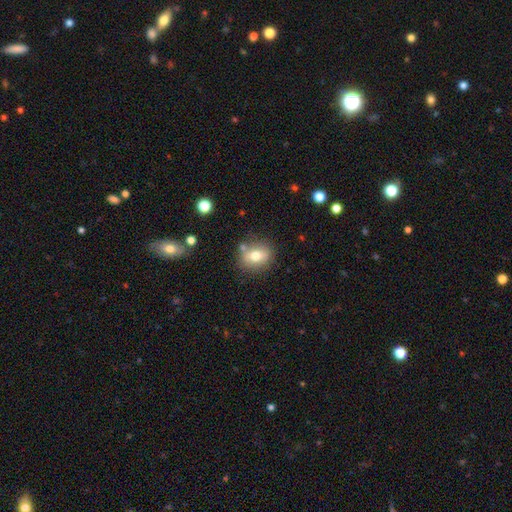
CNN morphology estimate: smooth_or_featured: smooth (p=0.65) [alt: featured or disk p=0.25]
how_rounded: in between (p=0.50) [alt: round p=0.48]
merging: none (p=0.79) [alt: minor disturbance p=0.12]